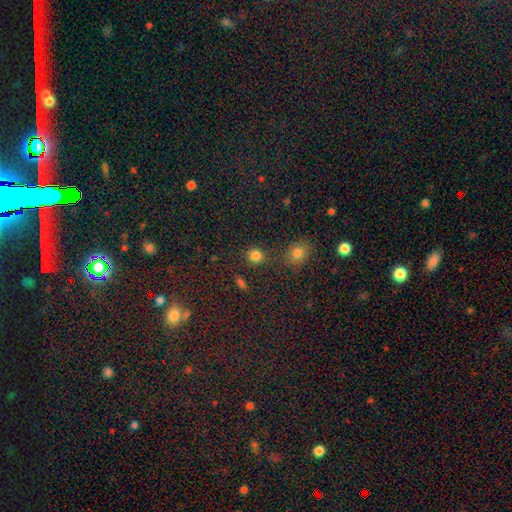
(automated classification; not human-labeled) Smooth or featured? smooth (83%)
How rounded? round (80%)
Merging? none (81%)